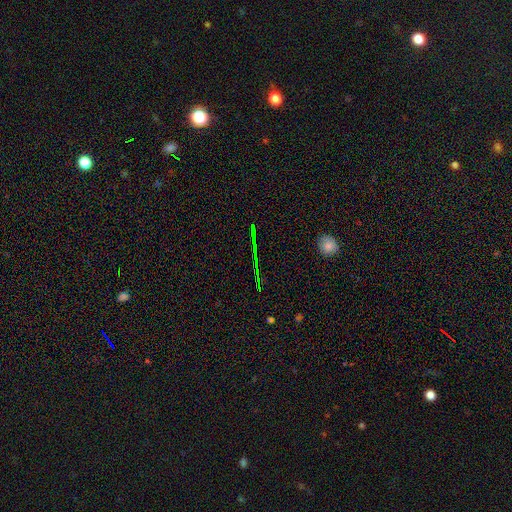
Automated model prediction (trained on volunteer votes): smooth_or_featured: star or artifact (p=0.72) [alt: featured or disk p=0.16]